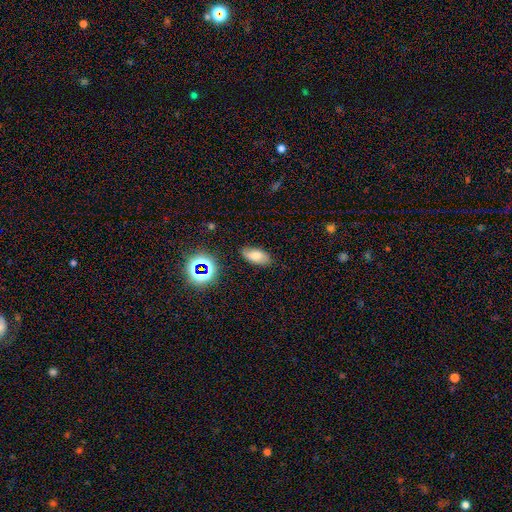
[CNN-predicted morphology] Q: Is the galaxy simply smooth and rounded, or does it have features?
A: smooth — 69%.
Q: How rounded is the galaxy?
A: in between — 90%.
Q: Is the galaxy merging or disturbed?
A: none — 81%.